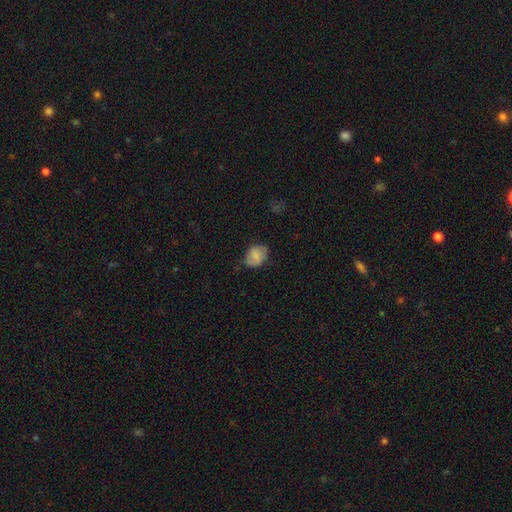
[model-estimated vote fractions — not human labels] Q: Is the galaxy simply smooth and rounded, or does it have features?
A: smooth — 71%.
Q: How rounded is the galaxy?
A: in between — 54%.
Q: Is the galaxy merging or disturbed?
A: none — 65%.